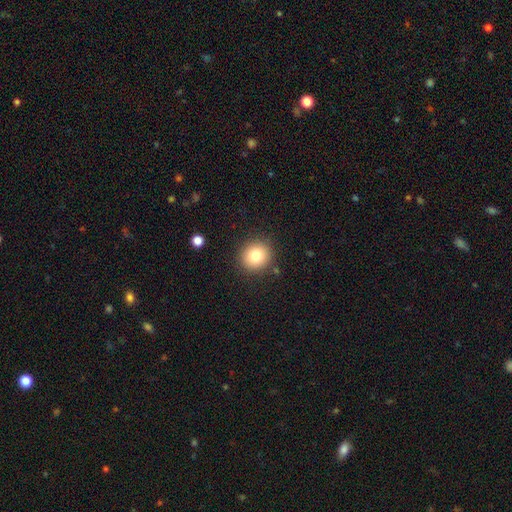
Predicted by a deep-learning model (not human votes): A smooth galaxy with no disk features (81%) that is round (86%). Merging: none (88%).